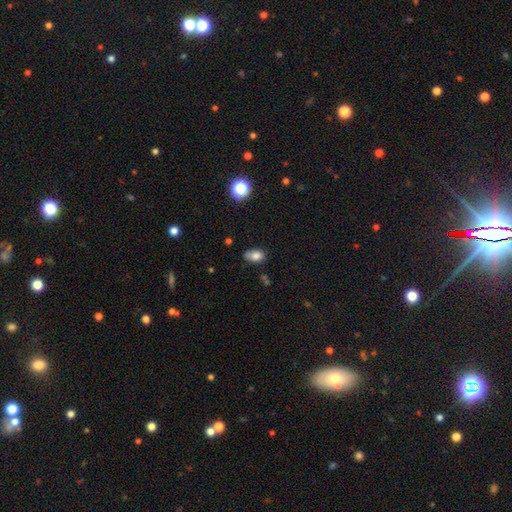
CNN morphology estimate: Smooth or featured? Predicted: smooth (p=0.79). How rounded? Predicted: in between (p=0.82). Merging? Predicted: none (p=0.58).